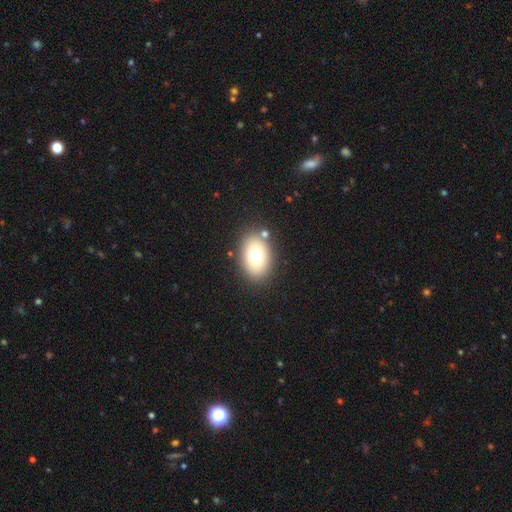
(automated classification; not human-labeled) smooth 73%, featured or disk 16%, star or artifact 11%. Down the decision tree: how rounded — in between (77%); merging — none (82%).